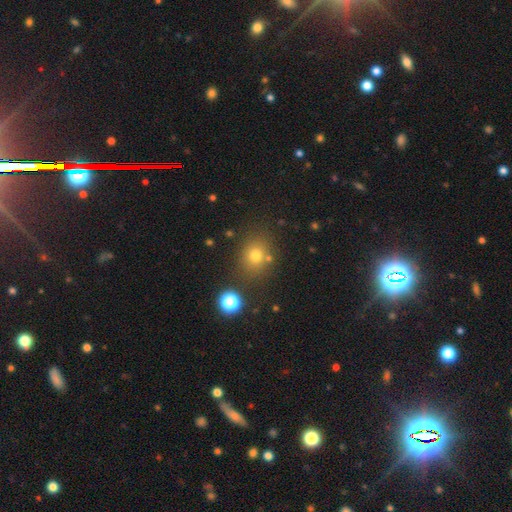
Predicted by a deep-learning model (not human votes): Smooth or featured? Predicted: smooth (p=0.71). How rounded? Predicted: round (p=0.73). Merging? Predicted: none (p=0.78).